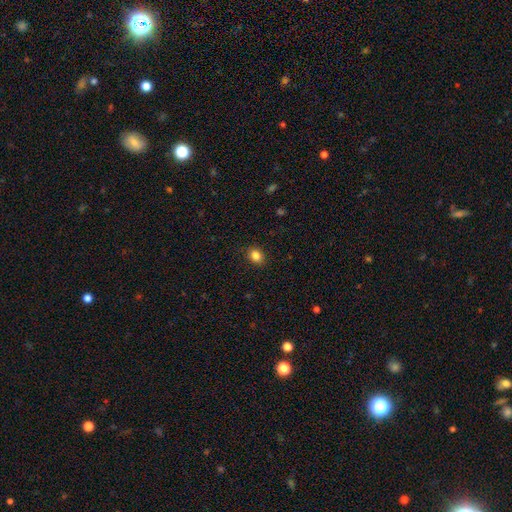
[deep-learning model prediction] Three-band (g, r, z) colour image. It shows a smooth galaxy with no disk features (85%) that is in between round and cigar-shaped (51%). Merging: none (88%).